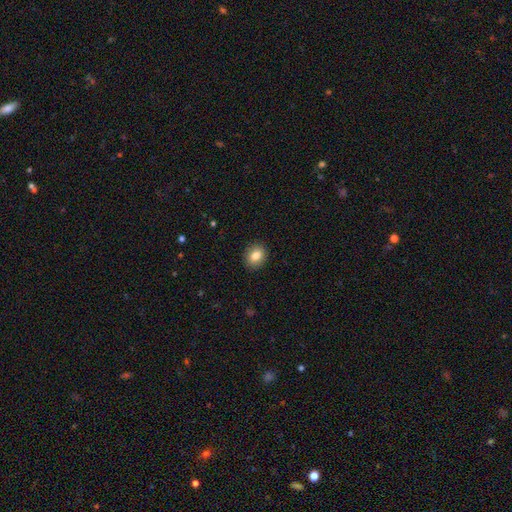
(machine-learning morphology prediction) Smooth or featured?
  - smooth: 84% *
  - star or artifact: 9%
  - featured or disk: 7%
How rounded?
  - round: 56% *
  - in between: 43%
  - cigar-shaped: 1%
Merging?
  - none: 90% *
  - minor disturbance: 7%
  - major disturbance: 2%
  - merger: 1%